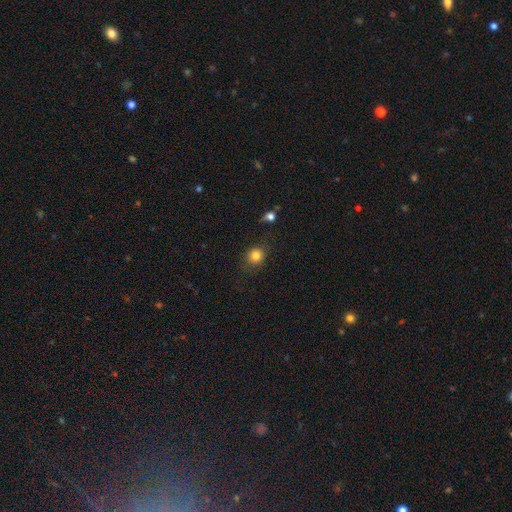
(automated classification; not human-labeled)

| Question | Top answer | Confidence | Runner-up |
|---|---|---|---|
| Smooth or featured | smooth | 82% | star or artifact (12%) |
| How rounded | round | 83% | in between (16%) |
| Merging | none | 77% | minor disturbance (15%) |